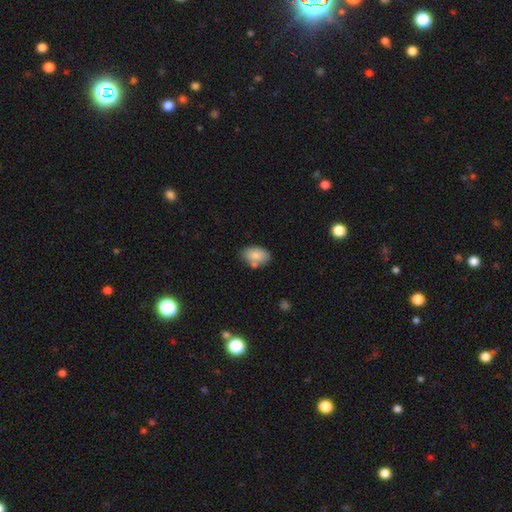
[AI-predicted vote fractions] smooth 84%, featured or disk 9%, star or artifact 7%. Down the decision tree: how rounded — in between (91%); merging — none (67%).